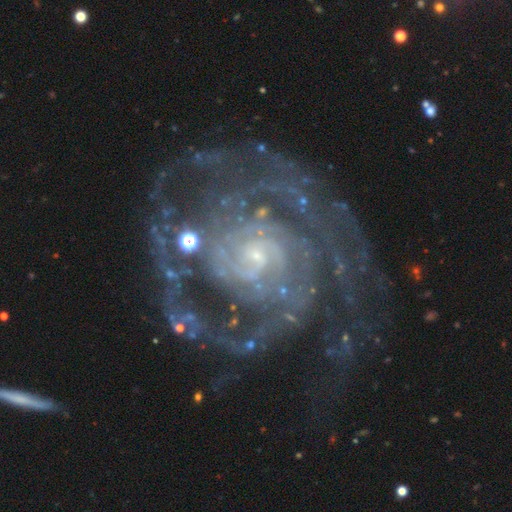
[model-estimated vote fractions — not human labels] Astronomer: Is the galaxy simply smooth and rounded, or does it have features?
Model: featured or disk — 90%.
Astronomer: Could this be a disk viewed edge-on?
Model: no — 98%.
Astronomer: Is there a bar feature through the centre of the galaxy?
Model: no — 66%.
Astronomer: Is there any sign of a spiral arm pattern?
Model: yes — 97%.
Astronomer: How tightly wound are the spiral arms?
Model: tight — 66%.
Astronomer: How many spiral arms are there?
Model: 2 — 33% (runner-up: can't tell, 24%).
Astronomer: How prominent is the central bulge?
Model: small — 76%.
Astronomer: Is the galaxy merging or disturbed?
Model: none — 66%.